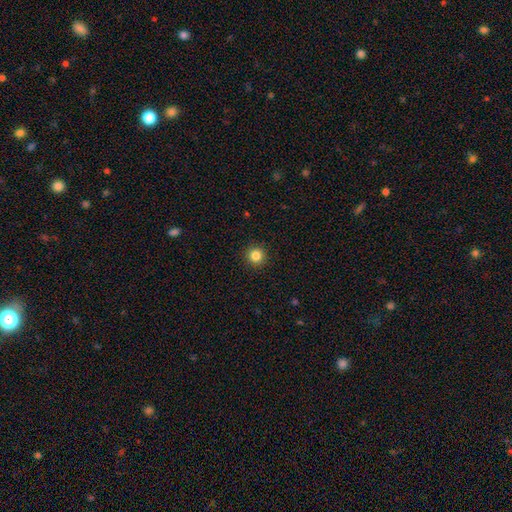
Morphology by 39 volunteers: Smooth or featured: smooth — 97% (star or artifact — 3%)
How rounded: round — 100%
Merging: none — 89% (major disturbance — 11%)